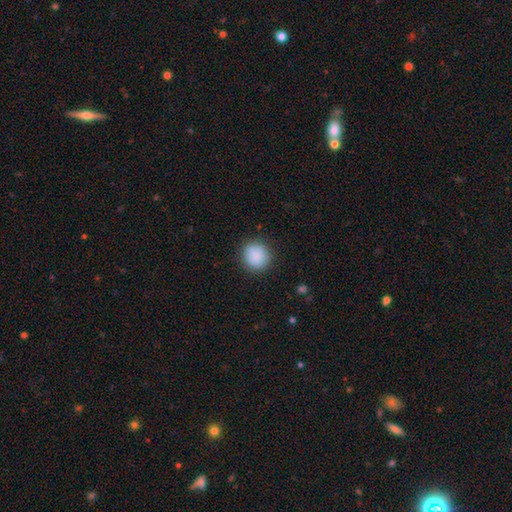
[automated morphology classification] Smooth or featured? smooth (89%)
How rounded? round (88%)
Merging? none (88%)